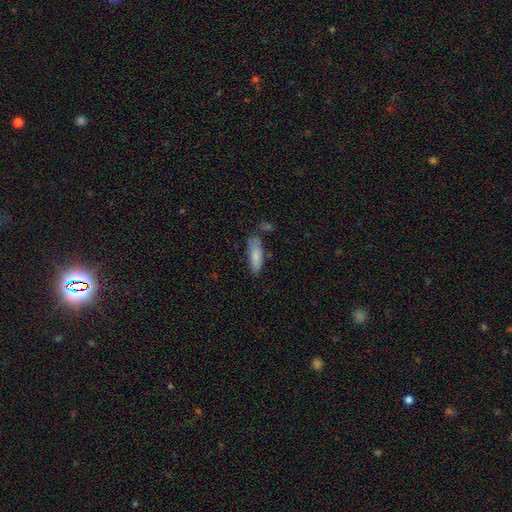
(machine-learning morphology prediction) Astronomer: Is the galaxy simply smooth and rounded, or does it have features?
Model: smooth — 82%.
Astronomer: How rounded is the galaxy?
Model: in between — 55% (runner-up: cigar-shaped, 43%).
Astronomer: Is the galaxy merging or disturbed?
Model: none — 67%.